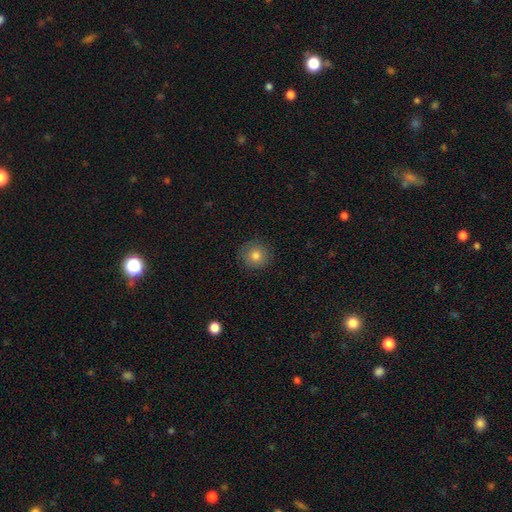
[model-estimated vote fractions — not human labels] Q: Smooth or featured?
A: smooth (80%); runner-up: star or artifact (11%)
Q: How rounded?
A: round (94%); runner-up: in between (6%)
Q: Merging?
A: none (88%); runner-up: minor disturbance (8%)